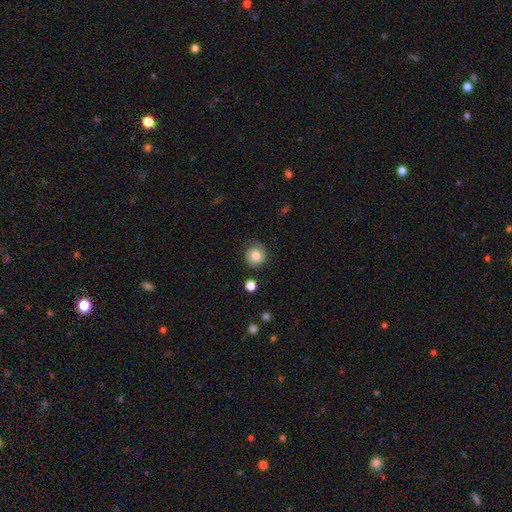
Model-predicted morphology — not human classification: This appears to be a smooth galaxy with no disk features (75%) that is round (91%). Merging: none (68%).